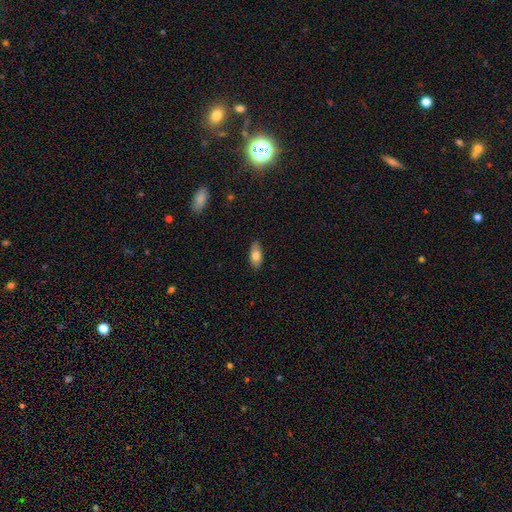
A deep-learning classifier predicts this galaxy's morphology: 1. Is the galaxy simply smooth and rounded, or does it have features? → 78% smooth, 15% featured or disk, 7% star or artifact.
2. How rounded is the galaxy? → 86% in between, 11% cigar-shaped, 3% round.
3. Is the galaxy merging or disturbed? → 84% none, 12% minor disturbance, 2% major disturbance, 1% merger.